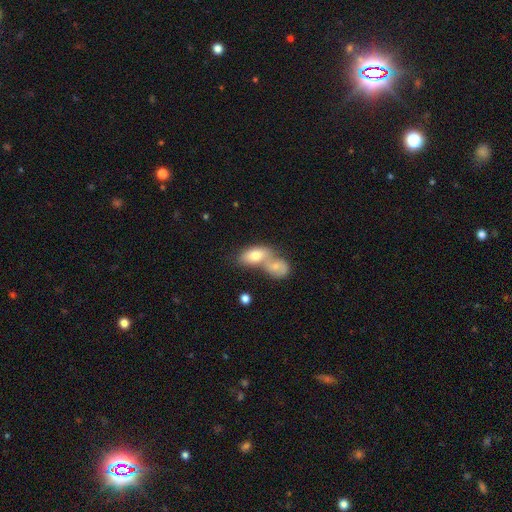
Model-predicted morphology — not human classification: This is likely a smooth galaxy (73%). How rounded: clearly in between (87%). Merging: likely merger (70%).